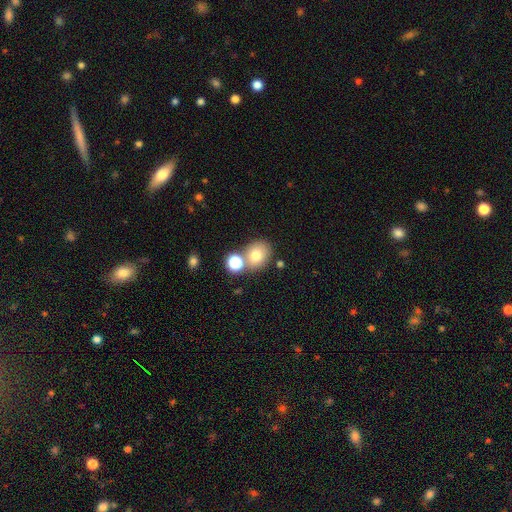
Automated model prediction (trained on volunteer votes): A smooth galaxy with no disk features (75%) that is round (63%). Merging: none (60%).